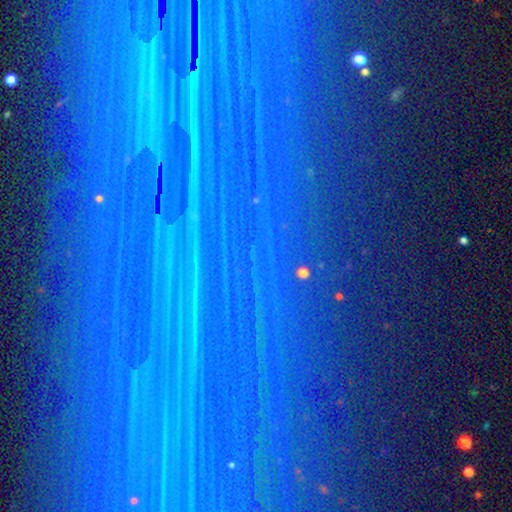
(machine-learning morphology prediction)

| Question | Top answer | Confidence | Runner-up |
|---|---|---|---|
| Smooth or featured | star or artifact | 84% | featured or disk (9%) |